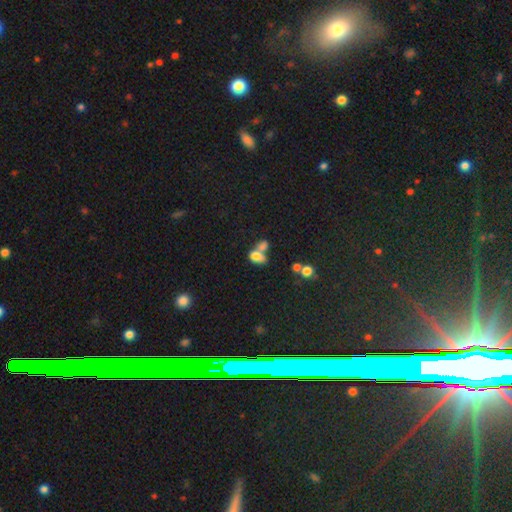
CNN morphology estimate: smooth 73%, featured or disk 15%, star or artifact 12%. Down the decision tree: how rounded — in between (81%); merging — merger (60%).